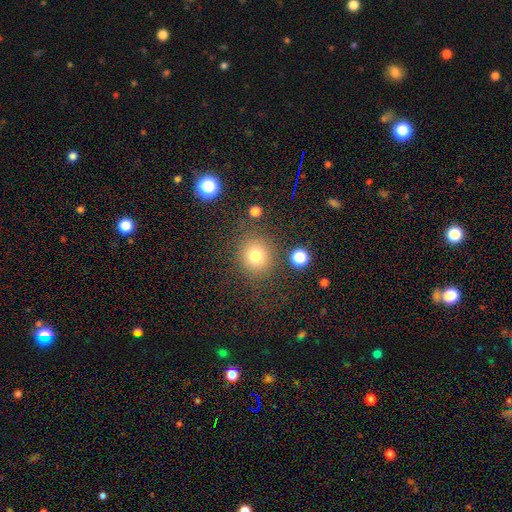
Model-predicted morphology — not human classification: type=smooth (78%); roundness=round (86%); merging=none (80%).